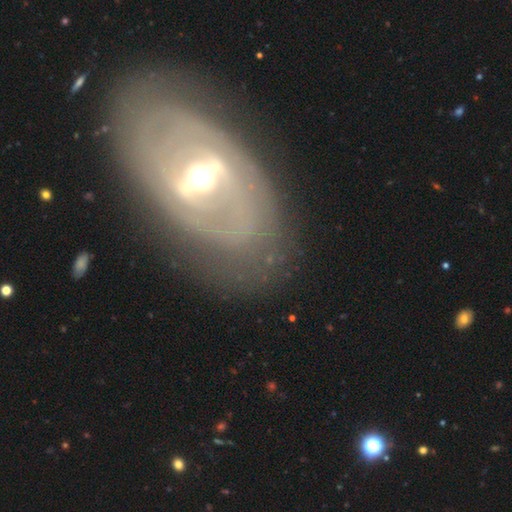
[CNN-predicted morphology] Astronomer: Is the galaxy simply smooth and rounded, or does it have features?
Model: featured or disk — 80%.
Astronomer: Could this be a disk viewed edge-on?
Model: no — 92%.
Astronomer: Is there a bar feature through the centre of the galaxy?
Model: weak — 42% (runner-up: strong, 38%).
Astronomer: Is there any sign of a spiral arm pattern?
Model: yes — 68%.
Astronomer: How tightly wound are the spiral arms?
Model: tight — 64%.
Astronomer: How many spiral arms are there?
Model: can't tell — 45% (runner-up: 2, 35%).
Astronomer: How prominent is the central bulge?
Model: moderate — 69%.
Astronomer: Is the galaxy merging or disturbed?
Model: none — 80%.